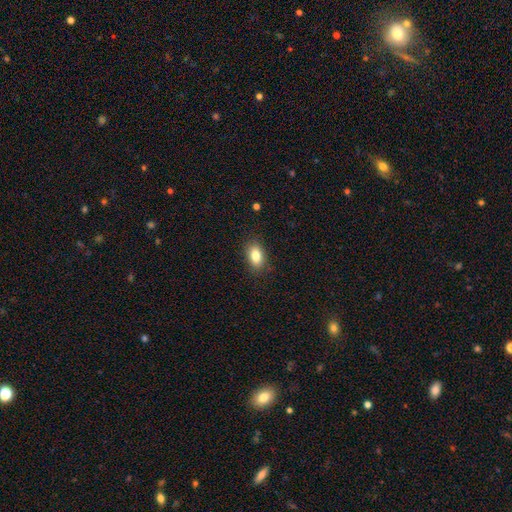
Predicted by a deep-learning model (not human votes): Smooth or featured? smooth (83%)
How rounded? in between (88%)
Merging? none (87%)